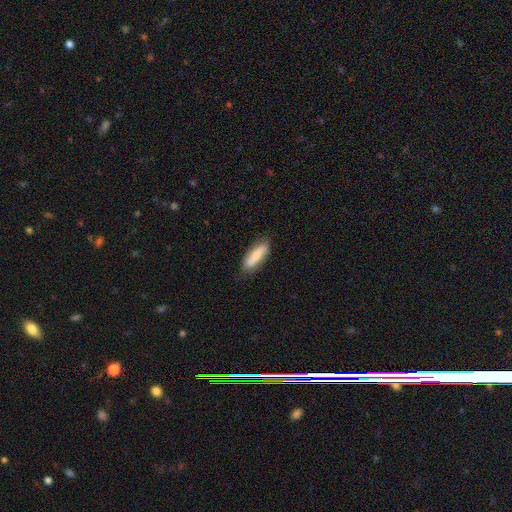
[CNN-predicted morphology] Smooth or featured? smooth (70%)
How rounded? cigar-shaped (55%)
Merging? none (82%)